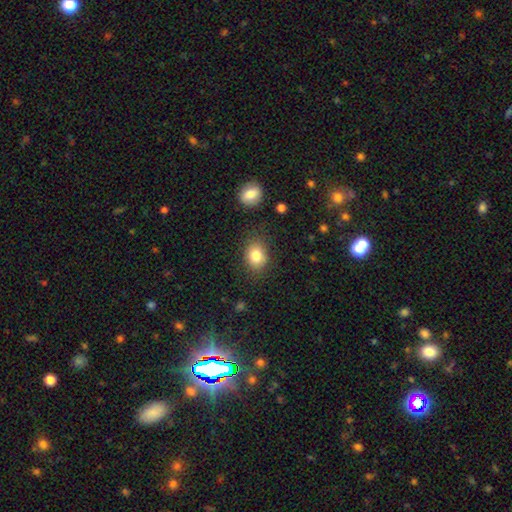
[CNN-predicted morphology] Smooth or featured: smooth — 81% (star or artifact — 10%)
How rounded: in between — 53% (round — 46%)
Merging: none — 80% (minor disturbance — 13%)